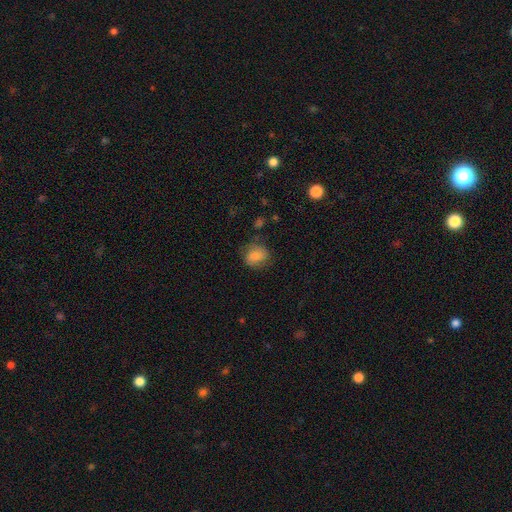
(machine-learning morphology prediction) A smooth galaxy with no disk features (76%) that is round (67%). Merging: none (69%).